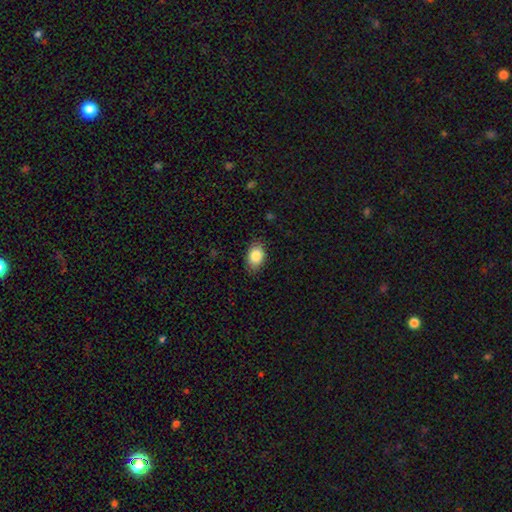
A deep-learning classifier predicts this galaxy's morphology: Smooth or featured? Predicted: smooth (p=0.85). How rounded? Predicted: in between (p=0.84). Merging? Predicted: none (p=0.83).